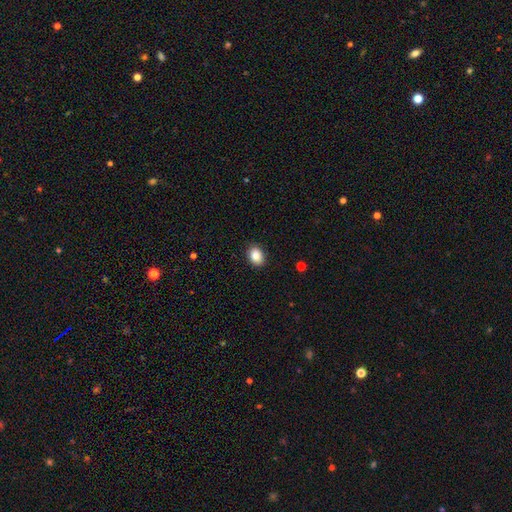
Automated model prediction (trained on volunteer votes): smooth-or-featured: smooth: 87% | star or artifact: 8% | featured or disk: 5%
  how-rounded: in between: 70% | round: 29% | cigar-shaped: 1%
  merging: none: 89% | minor disturbance: 8% | major disturbance: 2% | merger: 1%